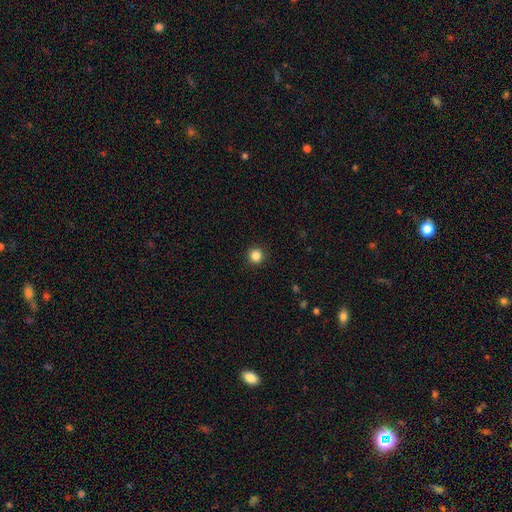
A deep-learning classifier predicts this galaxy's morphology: This is clearly a smooth galaxy (85%). How rounded: clearly round (95%). Merging: clearly none (93%).